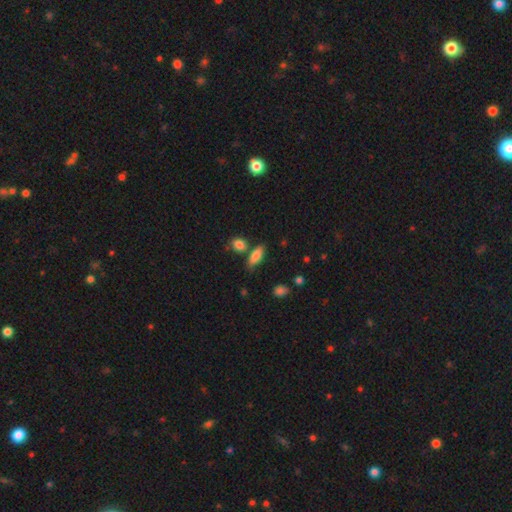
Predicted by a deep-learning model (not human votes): smooth_or_featured: smooth (p=0.81) [alt: featured or disk p=0.11]
how_rounded: in between (p=0.75) [alt: cigar-shaped p=0.20]
merging: none (p=0.69) [alt: minor disturbance p=0.15]